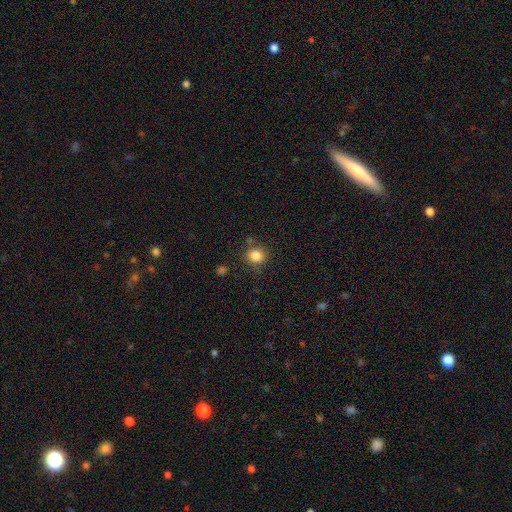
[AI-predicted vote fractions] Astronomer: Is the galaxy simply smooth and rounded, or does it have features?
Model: smooth — 84%.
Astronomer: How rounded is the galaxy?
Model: round — 78%.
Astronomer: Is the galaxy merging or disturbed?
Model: none — 78%.